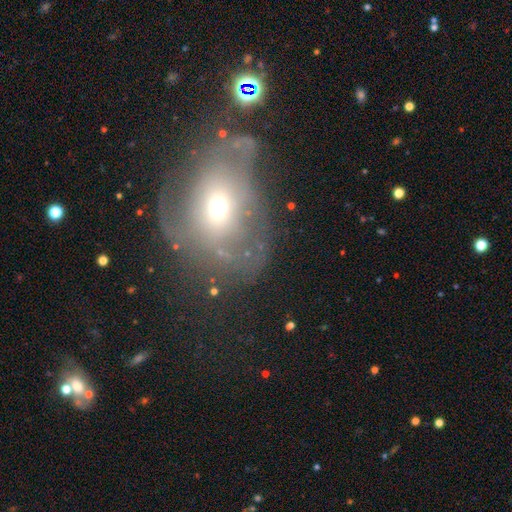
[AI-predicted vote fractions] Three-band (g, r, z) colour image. It shows a smooth galaxy with no disk features (43%). Merging: none (36%).